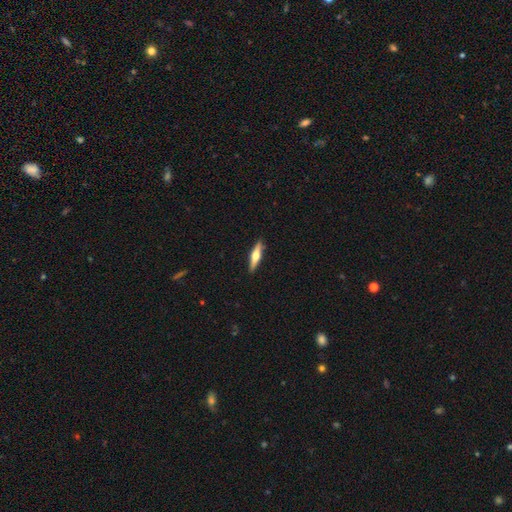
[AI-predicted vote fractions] This is possibly a featured or disk galaxy (58%). It is clearly viewed edge-on (96%). Edge-on bulge: clearly rounded (92%). Merging: clearly none (89%).